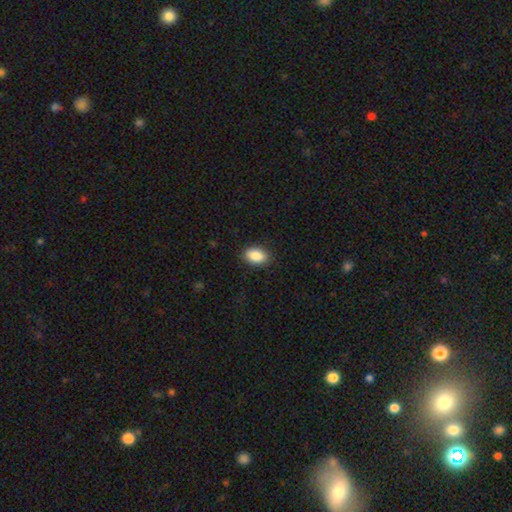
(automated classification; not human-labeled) Morphology: type=smooth (89%); roundness=in between (90%); merging=none (86%).